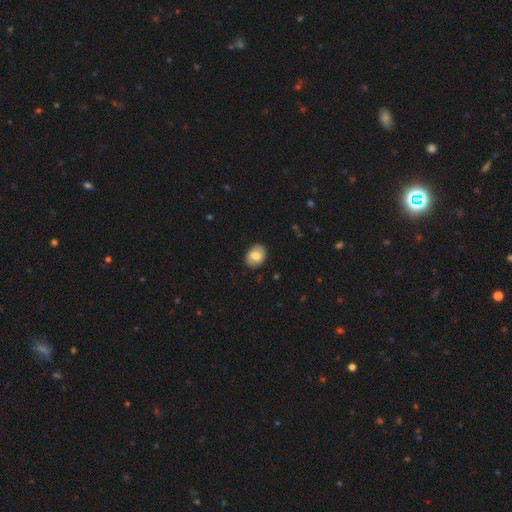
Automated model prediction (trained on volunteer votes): Smooth or featured: smooth — 76% (featured or disk — 17%)
How rounded: in between — 57% (round — 42%)
Merging: none — 87% (minor disturbance — 10%)